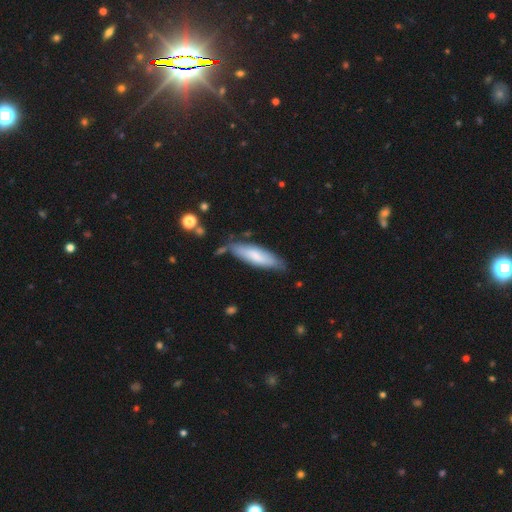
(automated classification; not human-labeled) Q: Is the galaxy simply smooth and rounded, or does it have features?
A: smooth — 70%.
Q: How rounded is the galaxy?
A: cigar-shaped — 62%.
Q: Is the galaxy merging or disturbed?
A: none — 73%.